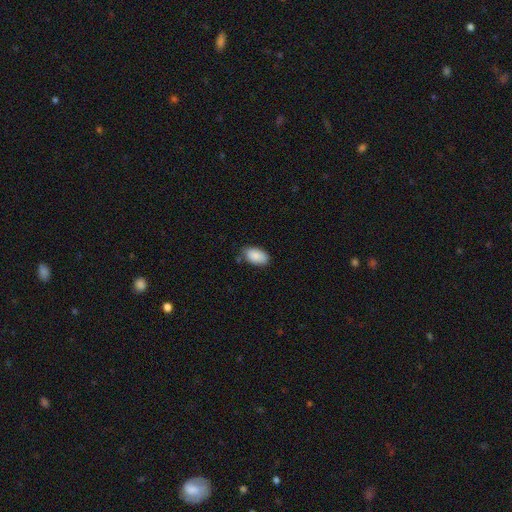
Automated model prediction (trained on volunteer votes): This appears to be a smooth galaxy with no disk features (88%) that is in between round and cigar-shaped (94%). Merging: none (72%).